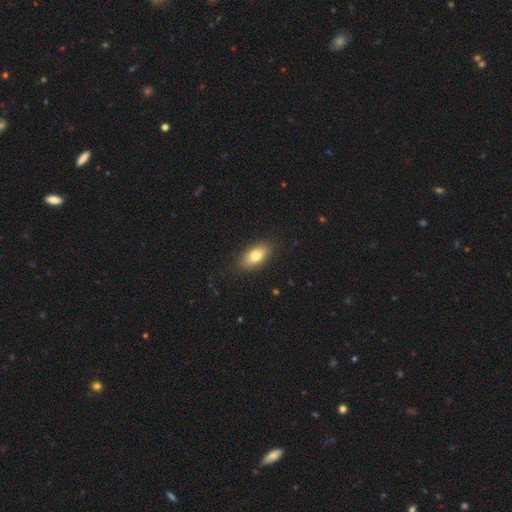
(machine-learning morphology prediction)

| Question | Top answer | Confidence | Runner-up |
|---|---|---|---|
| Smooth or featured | smooth | 78% | featured or disk (15%) |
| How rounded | in between | 89% | cigar-shaped (6%) |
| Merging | none | 87% | minor disturbance (10%) |